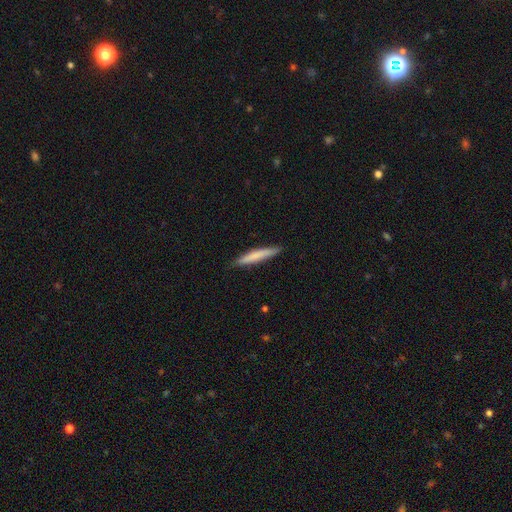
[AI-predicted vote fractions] Q: Smooth or featured?
A: smooth (71%); runner-up: featured or disk (24%)
Q: How rounded?
A: cigar-shaped (94%); runner-up: in between (4%)
Q: Merging?
A: none (87%); runner-up: minor disturbance (10%)